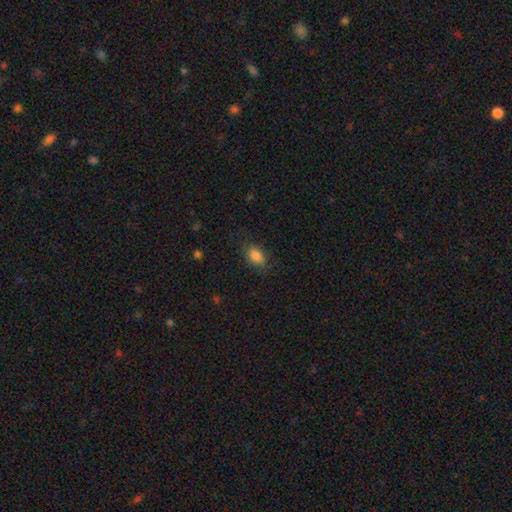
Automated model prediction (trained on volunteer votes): smooth_or_featured: smooth (p=0.85) [alt: star or artifact p=0.09]
how_rounded: in between (p=0.85) [alt: round p=0.13]
merging: none (p=0.78) [alt: minor disturbance p=0.15]